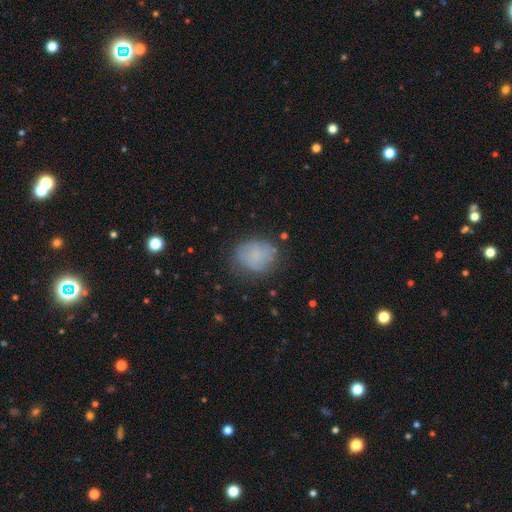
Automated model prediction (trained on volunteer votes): A smooth galaxy with no disk features (69%) that is round (57%). Merging: none (65%).